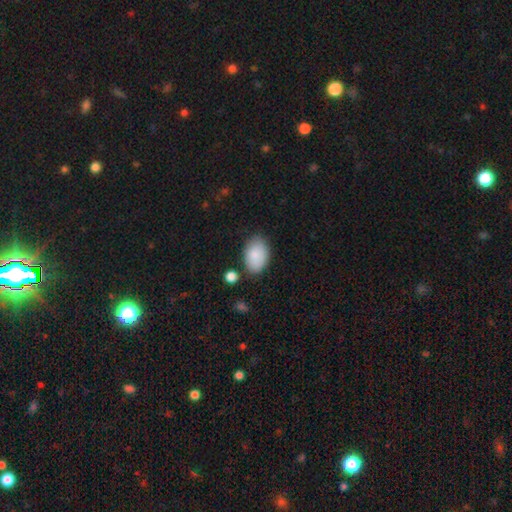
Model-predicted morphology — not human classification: Q: Smooth or featured?
A: smooth (86%); runner-up: featured or disk (7%)
Q: How rounded?
A: in between (90%); runner-up: round (9%)
Q: Merging?
A: none (76%); runner-up: minor disturbance (16%)